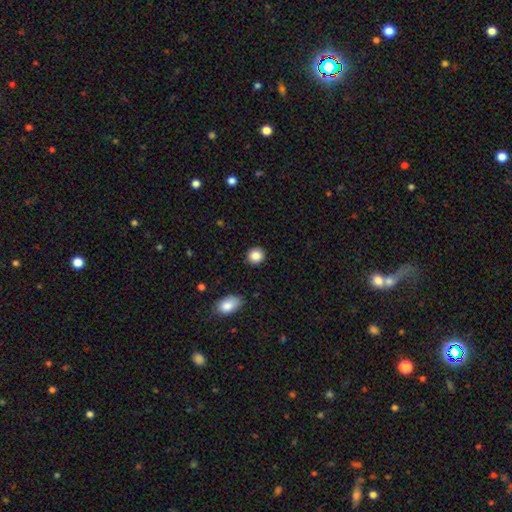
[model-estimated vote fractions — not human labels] Smooth or featured? Predicted: smooth (p=0.86). How rounded? Predicted: round (p=0.88). Merging? Predicted: none (p=0.90).